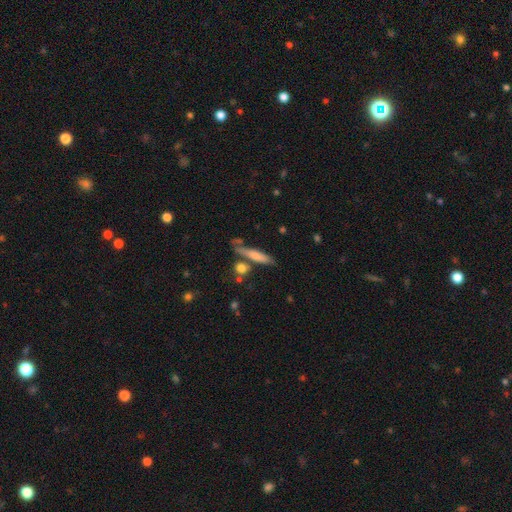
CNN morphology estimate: smooth 67%, featured or disk 26%, star or artifact 7%. Down the decision tree: how rounded — cigar-shaped (82%); merging — none (64%).